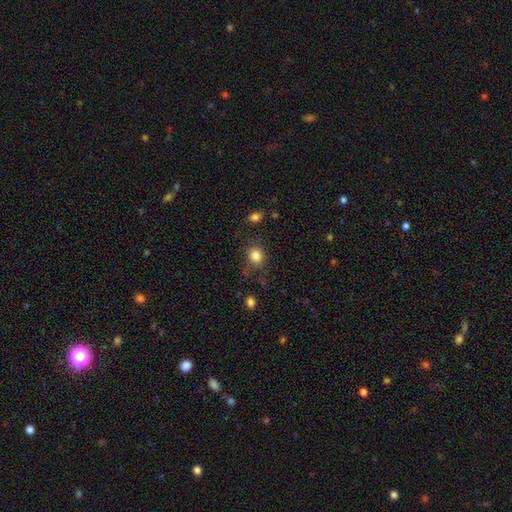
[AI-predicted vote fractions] This appears to be a smooth galaxy with no disk features (84%) that is round (73%). Merging: none (75%).